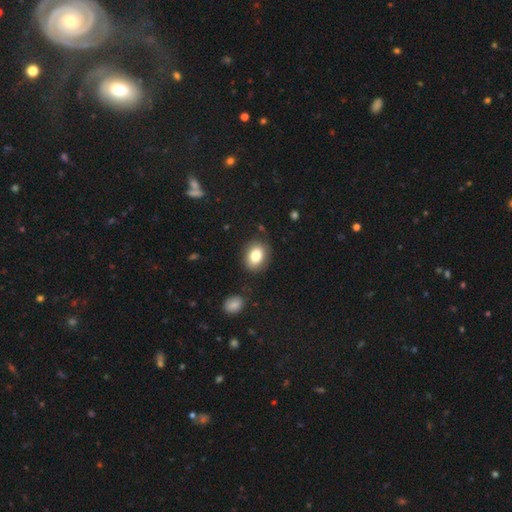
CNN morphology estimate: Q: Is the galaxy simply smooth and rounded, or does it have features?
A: smooth — 82%.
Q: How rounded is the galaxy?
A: in between — 61%.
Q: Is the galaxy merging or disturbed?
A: none — 83%.